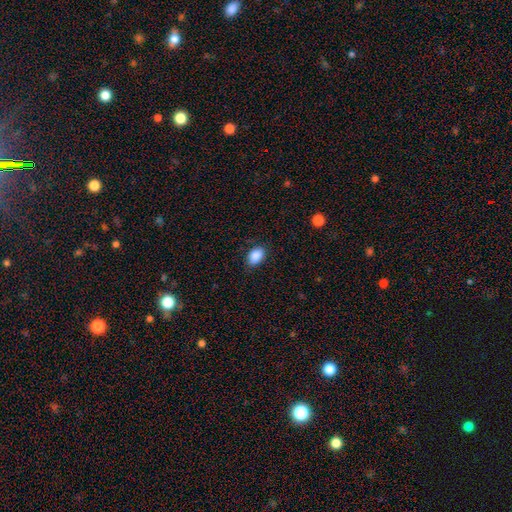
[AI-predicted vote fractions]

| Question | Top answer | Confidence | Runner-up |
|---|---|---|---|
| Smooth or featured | smooth | 88% | star or artifact (8%) |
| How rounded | in between | 86% | round (13%) |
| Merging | none | 83% | minor disturbance (14%) |